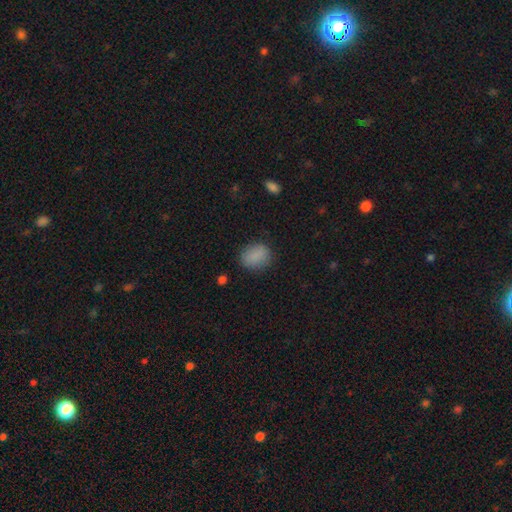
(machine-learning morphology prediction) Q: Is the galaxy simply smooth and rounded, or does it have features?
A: smooth — 86%.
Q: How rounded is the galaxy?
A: round — 50%.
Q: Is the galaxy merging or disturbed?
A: none — 82%.